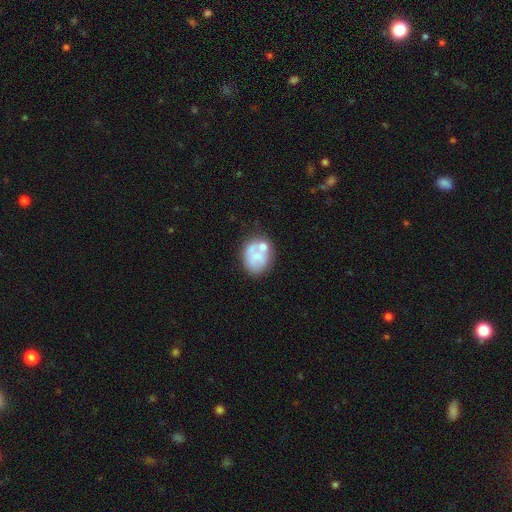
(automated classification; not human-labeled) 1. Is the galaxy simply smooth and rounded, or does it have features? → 47% smooth, 44% featured or disk, 9% star or artifact.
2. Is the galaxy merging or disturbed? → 45% none, 22% minor disturbance, 20% merger, 12% major disturbance.